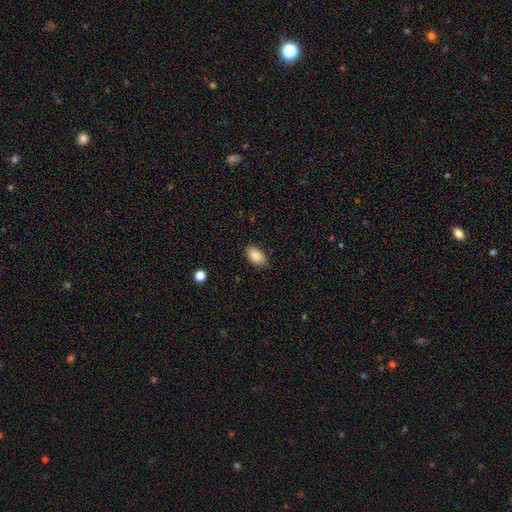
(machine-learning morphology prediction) The model was most divided on "merging": none: 85%, minor disturbance: 11%, major disturbance: 2%, merger: 1%. More confident: how rounded — in between (93%); smooth or featured — smooth (87%).